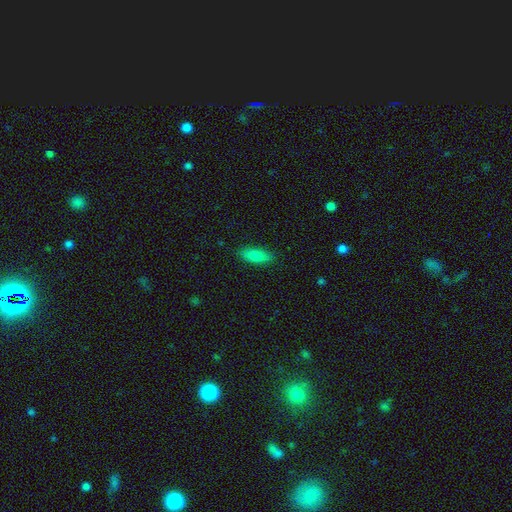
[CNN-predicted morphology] Smooth or featured?
  - smooth: 81% *
  - featured or disk: 12%
  - star or artifact: 7%
How rounded?
  - in between: 69% *
  - cigar-shaped: 29%
  - round: 2%
Merging?
  - none: 87% *
  - minor disturbance: 10%
  - major disturbance: 2%
  - merger: 1%